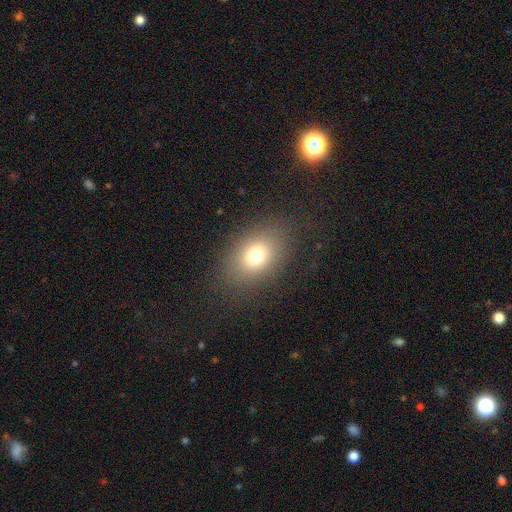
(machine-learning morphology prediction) Overall: smooth (73%). How rounded: in between (65%; round 33%). Merging: none (82%).